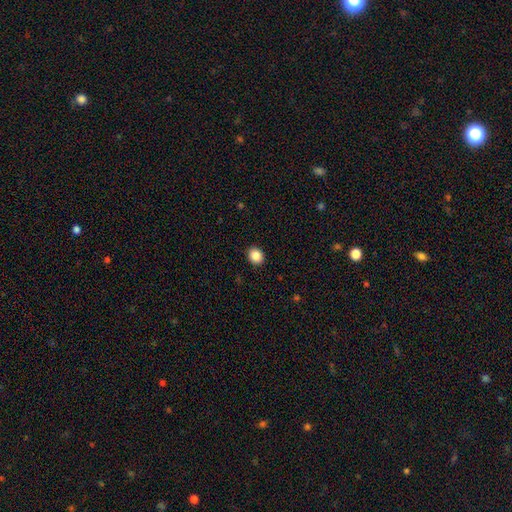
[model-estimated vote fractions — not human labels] smooth-or-featured: smooth: 87% | star or artifact: 10% | featured or disk: 4%
  how-rounded: round: 66% | in between: 33% | cigar-shaped: 1%
  merging: none: 92% | minor disturbance: 6% | major disturbance: 2% | merger: 1%